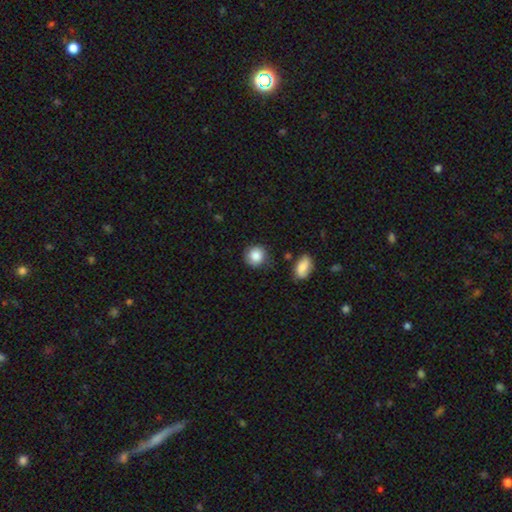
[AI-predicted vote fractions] smooth-or-featured: smooth: 84% | featured or disk: 8% | star or artifact: 8%
  how-rounded: round: 86% | in between: 13% | cigar-shaped: 1%
  merging: none: 74% | minor disturbance: 18% | major disturbance: 4% | merger: 3%